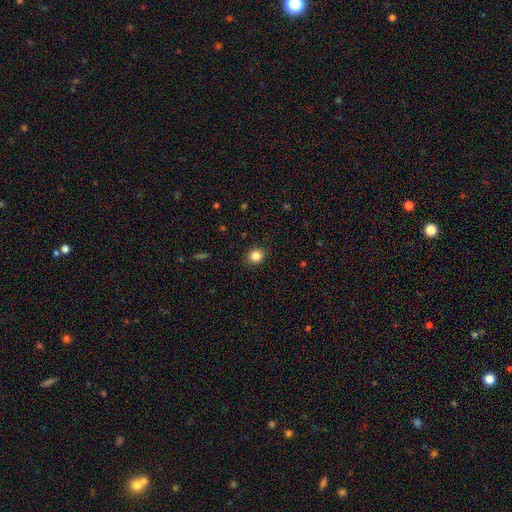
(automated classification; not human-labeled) Morphology: type=smooth (84%); roundness=round (81%); merging=none (90%).